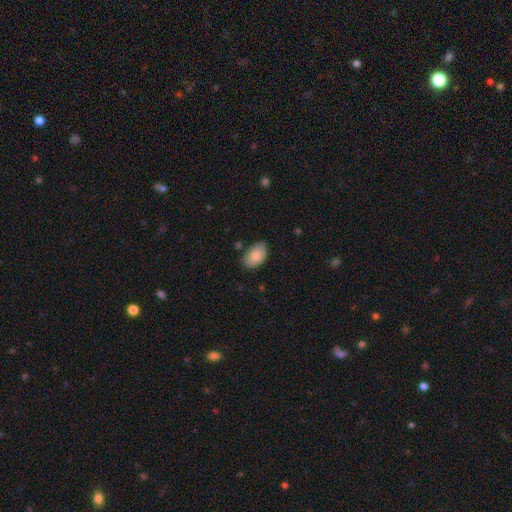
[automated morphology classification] Smooth or featured? smooth (82%)
How rounded? in between (90%)
Merging? none (74%)